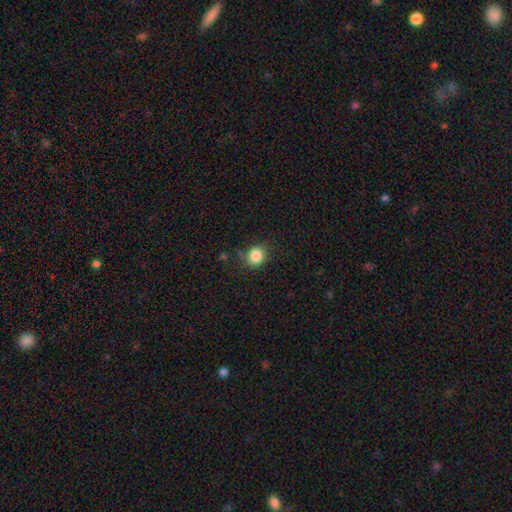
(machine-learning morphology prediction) Smooth or featured: smooth — 84% (star or artifact — 11%)
How rounded: round — 74% (in between — 25%)
Merging: none — 75% (minor disturbance — 18%)